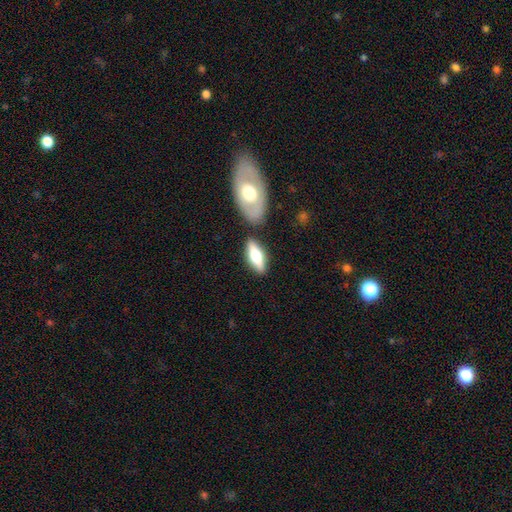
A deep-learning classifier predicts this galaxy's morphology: The model was most divided on "smooth or featured": smooth: 52%, featured or disk: 43%, star or artifact: 6%. More confident: merging — none (77%); how rounded — in between (65%).